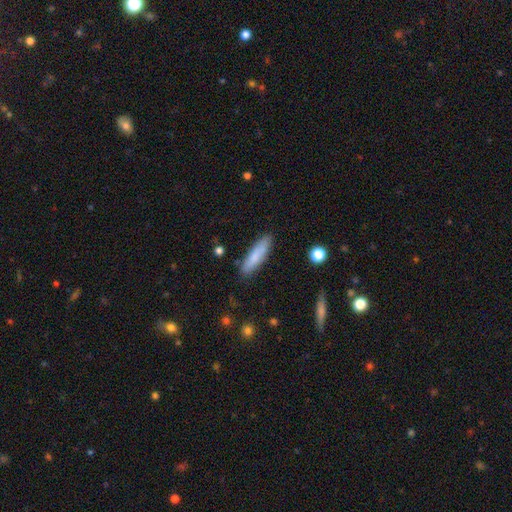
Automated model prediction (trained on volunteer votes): Smooth or featured? Predicted: smooth (p=0.81). How rounded? Predicted: cigar-shaped (p=0.75). Merging? Predicted: none (p=0.86).